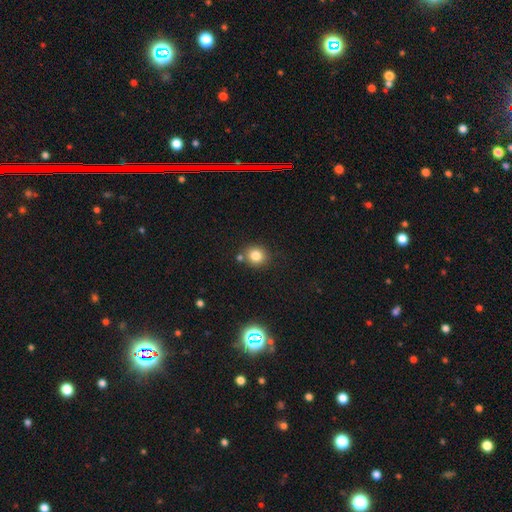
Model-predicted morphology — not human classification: A smooth galaxy with no disk features (81%) that is round (84%). Merging: none (75%).